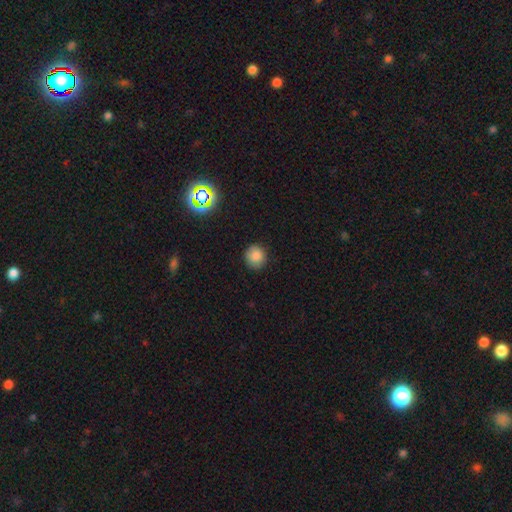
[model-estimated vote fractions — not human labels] The model was most divided on "smooth or featured": smooth: 83%, star or artifact: 11%, featured or disk: 5%. More confident: how rounded — round (89%); merging — none (87%).